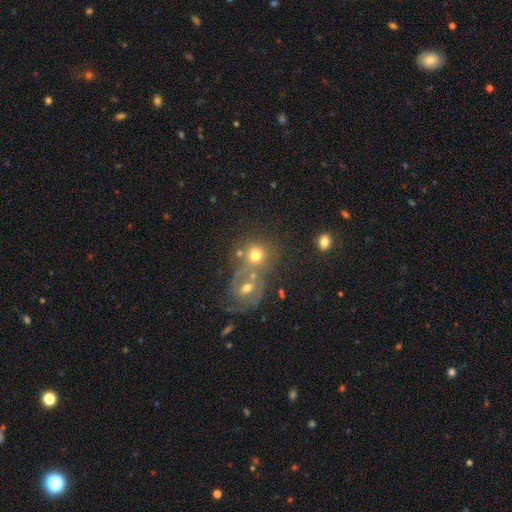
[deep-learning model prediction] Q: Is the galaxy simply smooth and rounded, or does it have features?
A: smooth — 65%.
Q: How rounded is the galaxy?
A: round — 78%.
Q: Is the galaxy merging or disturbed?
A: none — 42%.